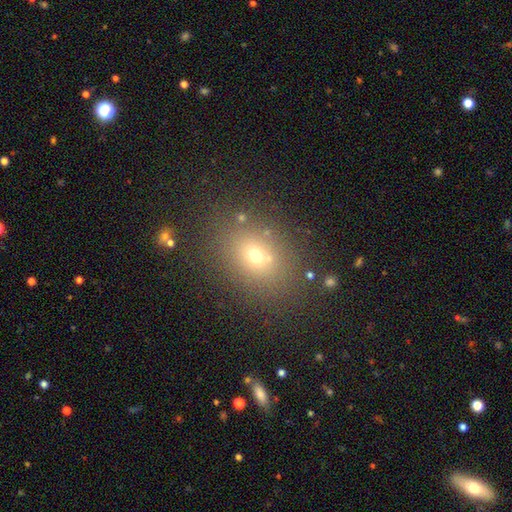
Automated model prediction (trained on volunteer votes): Smooth or featured?
  - smooth: 65% *
  - star or artifact: 23%
  - featured or disk: 12%
How rounded?
  - in between: 51% *
  - round: 48%
  - cigar-shaped: 1%
Merging?
  - none: 82% *
  - minor disturbance: 10%
  - merger: 5%
  - major disturbance: 4%